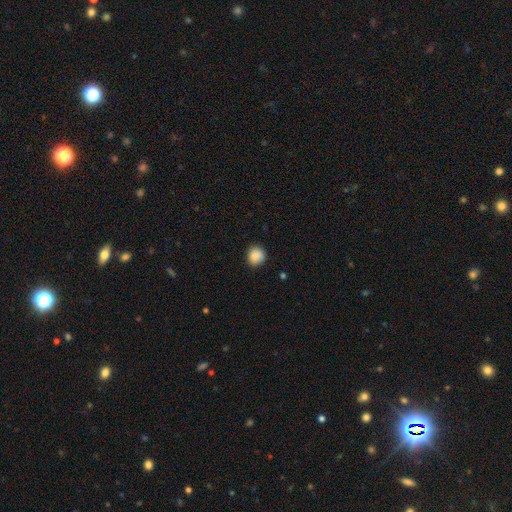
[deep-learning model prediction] Morphology: type=smooth (89%); roundness=round (87%); merging=none (88%).